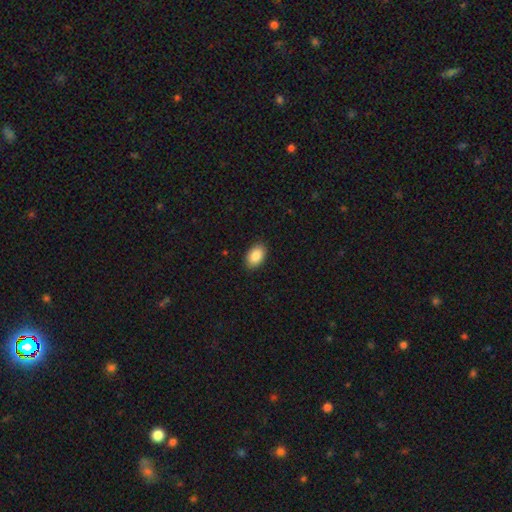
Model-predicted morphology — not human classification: A smooth galaxy with no disk features (88%) that is in between round and cigar-shaped (90%). Merging: none (90%).